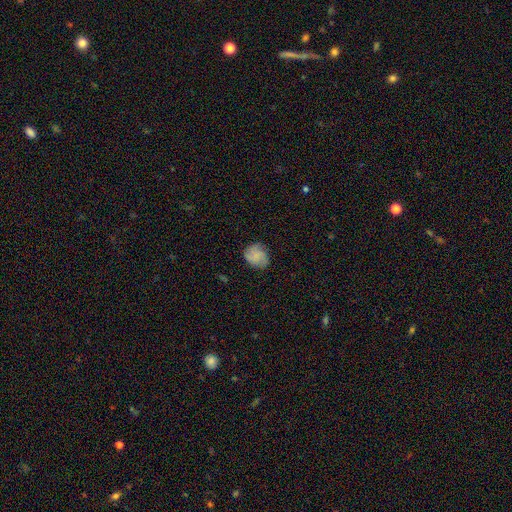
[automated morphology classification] Smooth or featured? Predicted: smooth (p=0.61). How rounded? Predicted: round (p=0.66). Merging? Predicted: none (p=0.73).